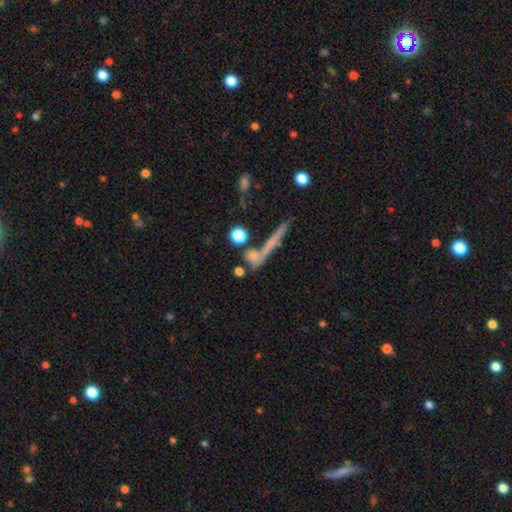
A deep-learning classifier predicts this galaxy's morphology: Smooth or featured? smooth (65%)
How rounded? round (53%)
Merging? none (59%)